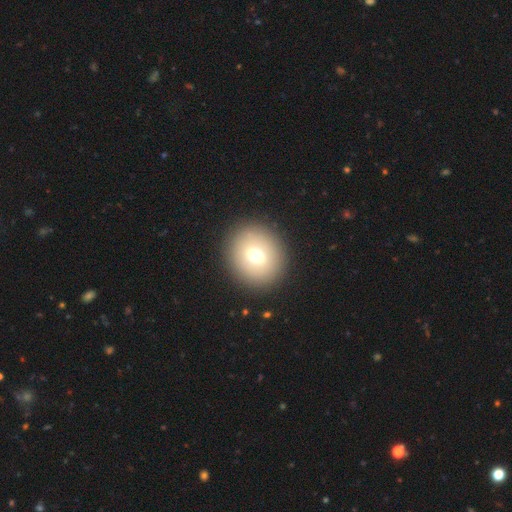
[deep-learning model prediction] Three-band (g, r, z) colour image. It shows a smooth galaxy with no disk features (66%) that is round (80%). Merging: none (89%).